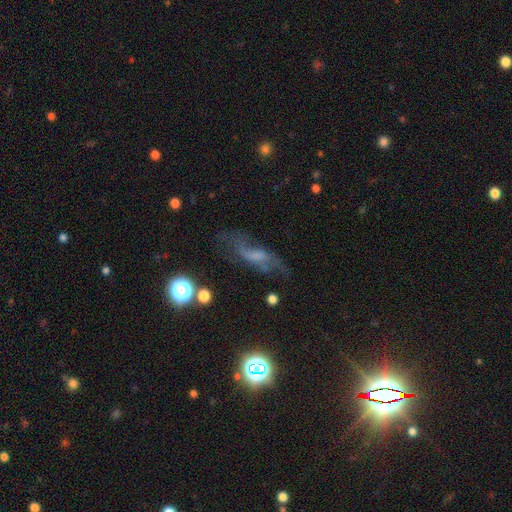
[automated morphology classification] smooth-or-featured: featured or disk: 57% | smooth: 25% | star or artifact: 18%
  disk-edge-on: no: 81% | yes: 19%
  merging: none: 60% | minor disturbance: 20% | major disturbance: 17% | merger: 3%